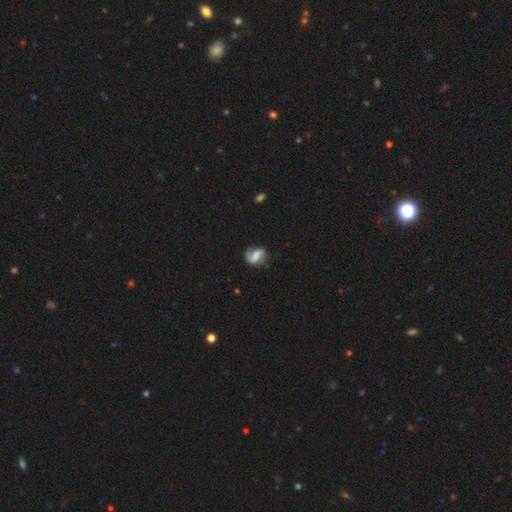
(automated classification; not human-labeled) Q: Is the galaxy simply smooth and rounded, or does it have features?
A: featured or disk — 56%.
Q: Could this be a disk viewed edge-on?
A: no — 97%.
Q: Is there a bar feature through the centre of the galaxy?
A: weak — 40%.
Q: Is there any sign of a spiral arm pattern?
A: yes — 87%.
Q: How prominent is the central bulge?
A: none — 39%.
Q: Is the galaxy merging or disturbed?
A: none — 59%.